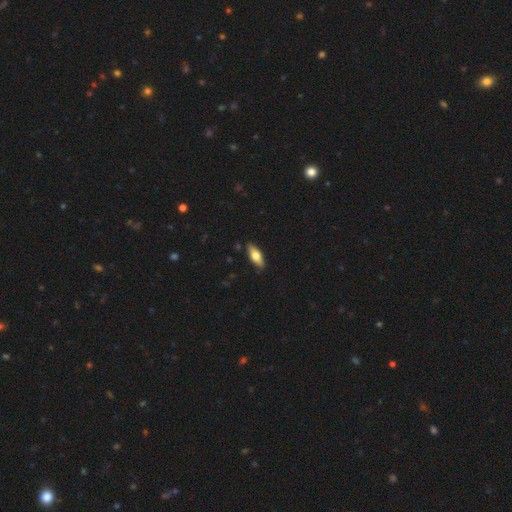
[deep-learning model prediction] This is likely a smooth galaxy (62%). How rounded: likely in between (69%). Merging: clearly none (87%).